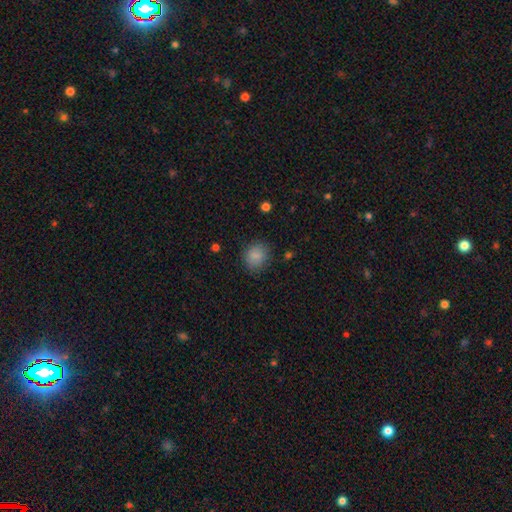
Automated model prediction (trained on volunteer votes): Overall: smooth (85%). How rounded: round (70%). Merging: none (83%).